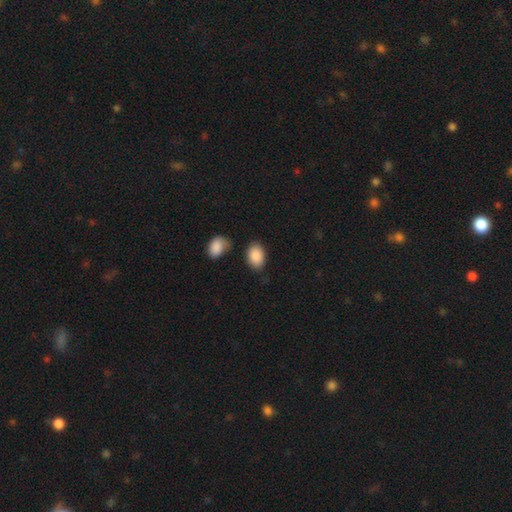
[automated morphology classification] Smooth or featured? Predicted: smooth (p=0.90). How rounded? Predicted: in between (p=0.87). Merging? Predicted: none (p=0.76).